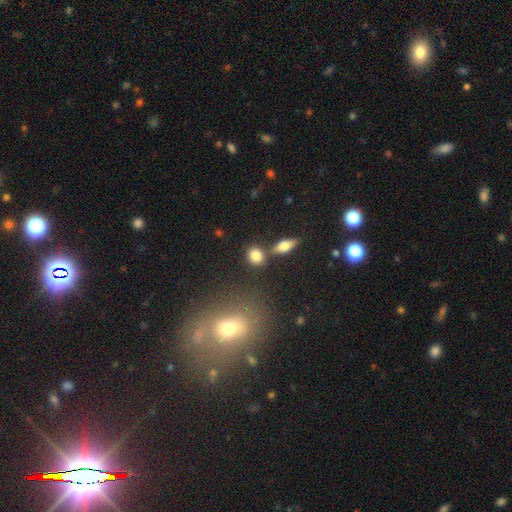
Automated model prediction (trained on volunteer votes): smooth-or-featured: smooth: 82% | featured or disk: 9% | star or artifact: 9%
  how-rounded: round: 58% | in between: 39% | cigar-shaped: 4%
  merging: none: 70% | merger: 15% | minor disturbance: 11% | major disturbance: 3%